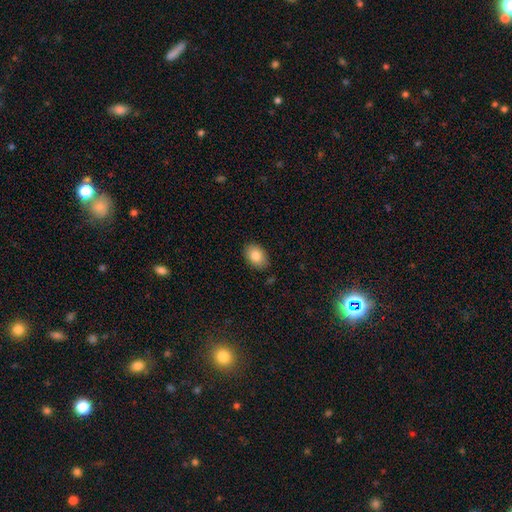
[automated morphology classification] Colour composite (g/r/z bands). It shows a smooth galaxy with no disk features (84%) that is in between round and cigar-shaped (82%). Merging: none (87%).